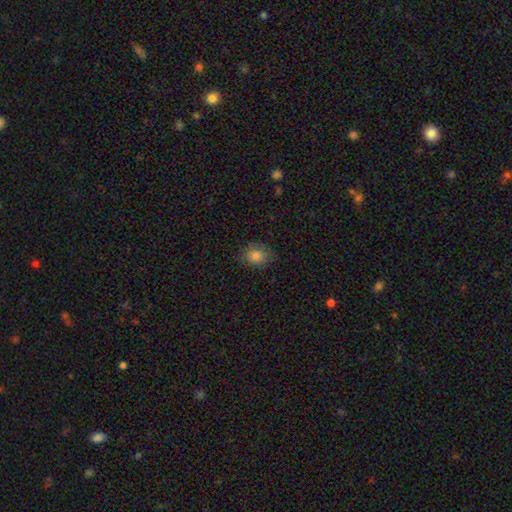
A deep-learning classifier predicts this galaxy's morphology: Smooth or featured? Predicted: smooth (p=0.81). How rounded? Predicted: round (p=0.54). Merging? Predicted: none (p=0.78).